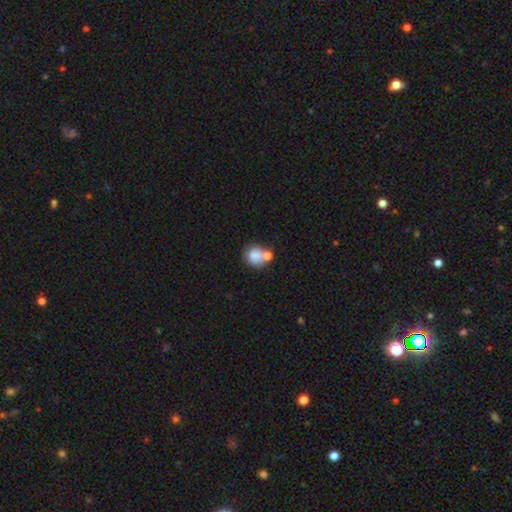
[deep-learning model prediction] A smooth galaxy with no disk features (79%) that is round (75%). Merging: none (41%).